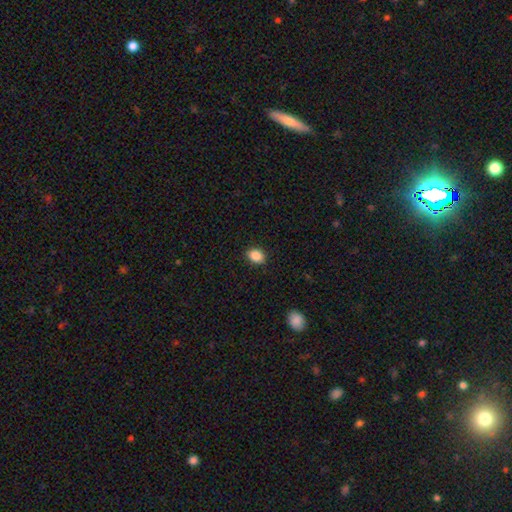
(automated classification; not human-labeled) Smooth or featured: smooth — 88% (star or artifact — 9%)
How rounded: in between — 63% (round — 36%)
Merging: none — 89% (minor disturbance — 8%)